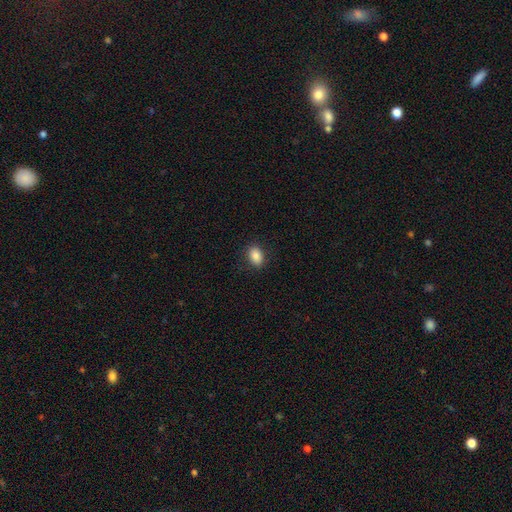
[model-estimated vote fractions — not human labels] The model was most divided on "how rounded": in between: 79%, round: 19%, cigar-shaped: 1%. More confident: merging — none (87%); smooth or featured — smooth (86%).